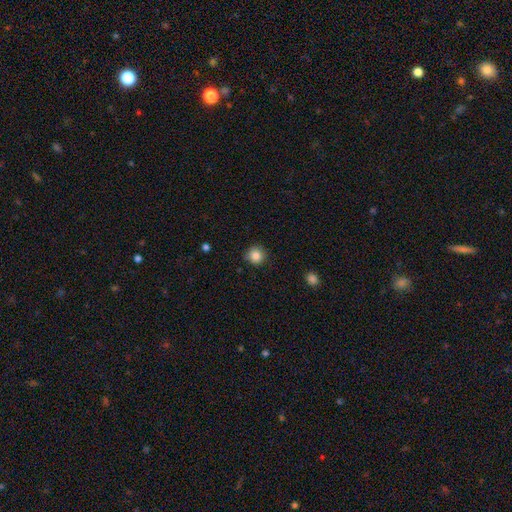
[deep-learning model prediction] Morphology: type=smooth (85%); roundness=round (93%); merging=none (87%).